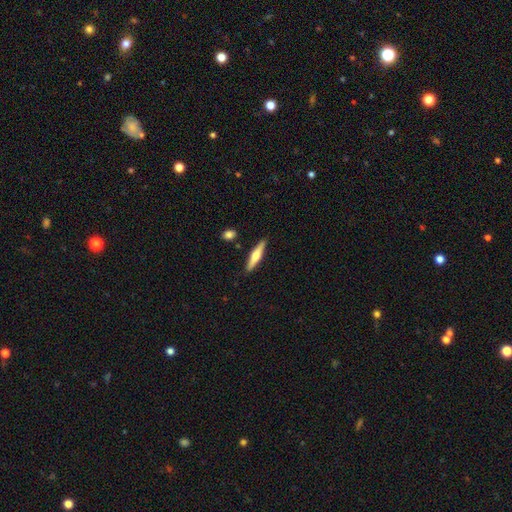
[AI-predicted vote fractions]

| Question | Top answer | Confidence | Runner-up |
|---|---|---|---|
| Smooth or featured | featured or disk | 52% | smooth (43%) |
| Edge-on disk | yes | 95% | no (5%) |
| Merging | none | 88% | minor disturbance (8%) |